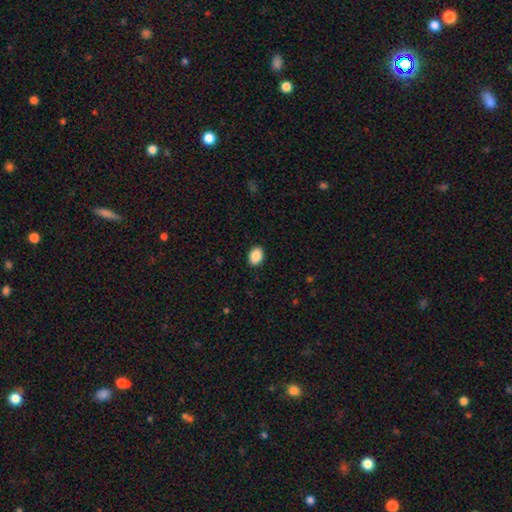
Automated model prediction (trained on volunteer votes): Smooth or featured?
  - smooth: 89% *
  - star or artifact: 8%
  - featured or disk: 4%
How rounded?
  - in between: 76% *
  - round: 23%
  - cigar-shaped: 1%
Merging?
  - none: 90% *
  - minor disturbance: 7%
  - major disturbance: 2%
  - merger: 1%